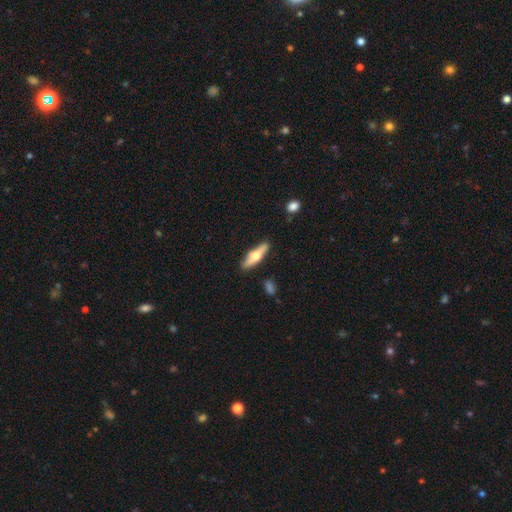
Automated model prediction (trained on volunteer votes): Overall: featured or disk (49%; smooth 46%). Merging: none (85%).